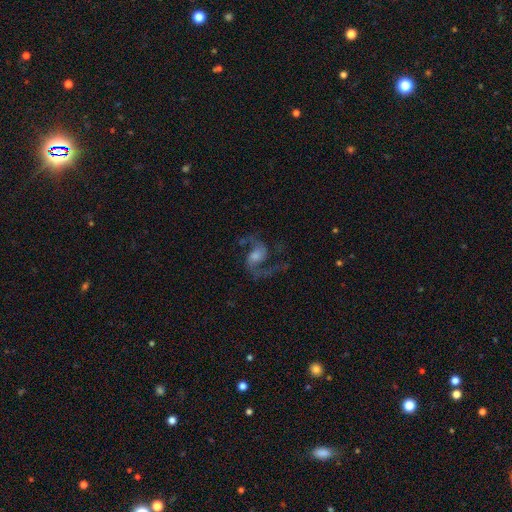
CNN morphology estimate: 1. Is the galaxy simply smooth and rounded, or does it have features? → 87% featured or disk, 7% star or artifact, 6% smooth.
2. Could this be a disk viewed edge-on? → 98% no, 2% yes.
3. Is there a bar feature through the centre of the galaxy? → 52% no, 38% weak, 11% strong.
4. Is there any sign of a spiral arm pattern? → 97% yes, 3% no.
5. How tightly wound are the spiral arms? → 48% loose, 45% medium, 7% tight.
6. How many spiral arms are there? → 90% 2, 4% 1, 2% can't tell, 1% 3, 1% 4, 1% more than 4.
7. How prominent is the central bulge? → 45% moderate, 31% small, 13% large, 9% none, 2% dominant.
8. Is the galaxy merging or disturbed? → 69% none, 15% major disturbance, 14% minor disturbance, 3% merger.